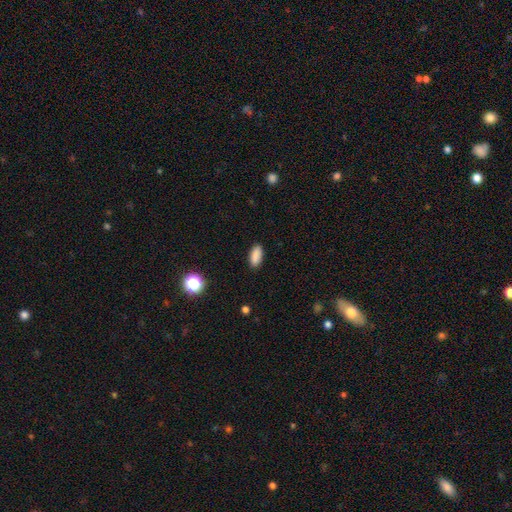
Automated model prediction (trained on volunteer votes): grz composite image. It shows a smooth galaxy with no disk features (88%) that is in between round and cigar-shaped (86%). Merging: none (89%).